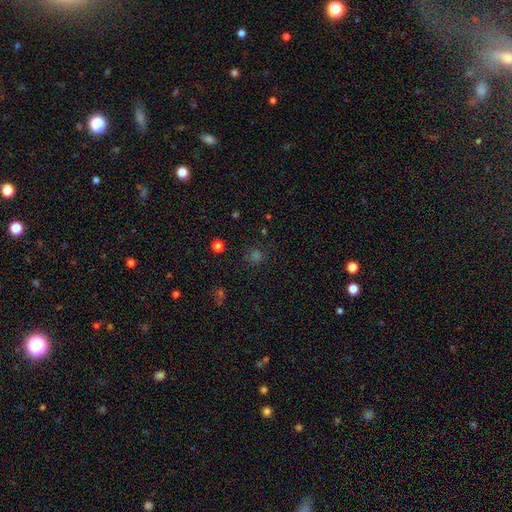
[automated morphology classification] Q: Smooth or featured?
A: smooth (55%); runner-up: star or artifact (38%)
Q: How rounded?
A: round (90%); runner-up: in between (9%)
Q: Merging?
A: none (85%); runner-up: minor disturbance (9%)